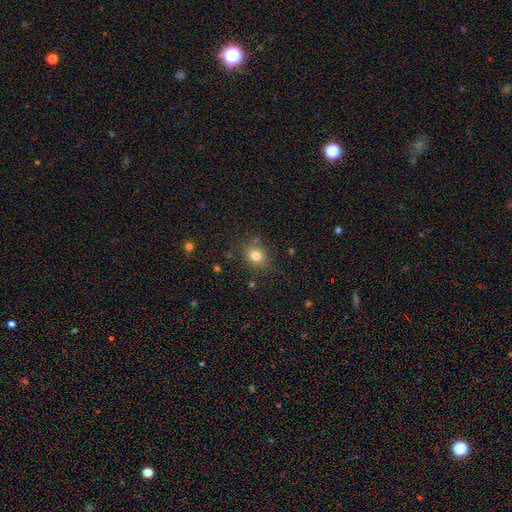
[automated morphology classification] A smooth galaxy with no disk features (79%) that is round (58%).

Vote fractions:
- Smooth or featured? smooth: 79% / star or artifact: 13% / featured or disk: 8%
- How rounded? round: 58% / in between: 41% / cigar-shaped: 1%
- Merging? none: 81% / minor disturbance: 12% / major disturbance: 4% / merger: 3%